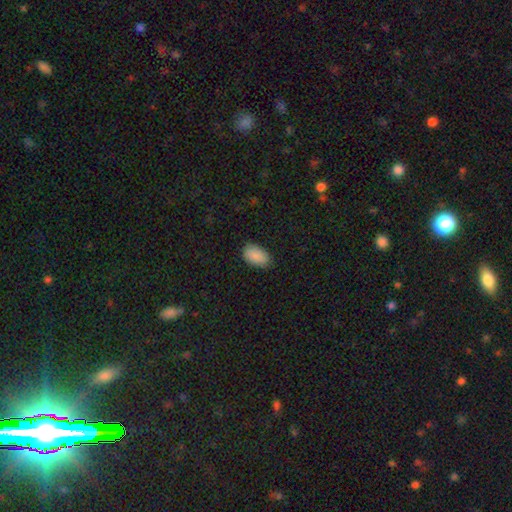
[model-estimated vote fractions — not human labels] Smooth or featured? smooth (89%)
How rounded? in between (93%)
Merging? none (84%)